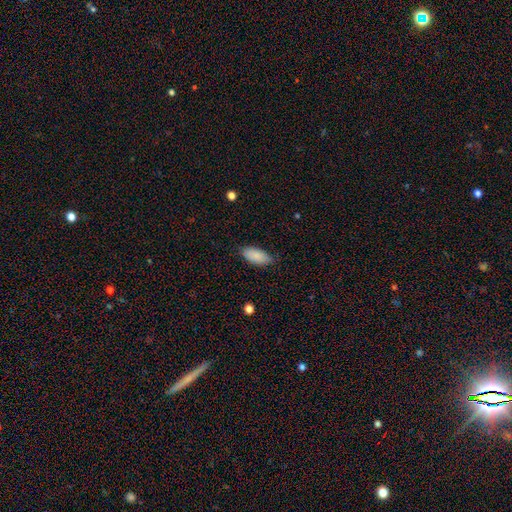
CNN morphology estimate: A smooth galaxy with no disk features (88%) that is in between round and cigar-shaped (90%).

Vote fractions:
- Smooth or featured? smooth: 88% / star or artifact: 6% / featured or disk: 6%
- How rounded? in between: 90% / cigar-shaped: 8% / round: 2%
- Merging? none: 78% / minor disturbance: 18% / major disturbance: 3% / merger: 1%